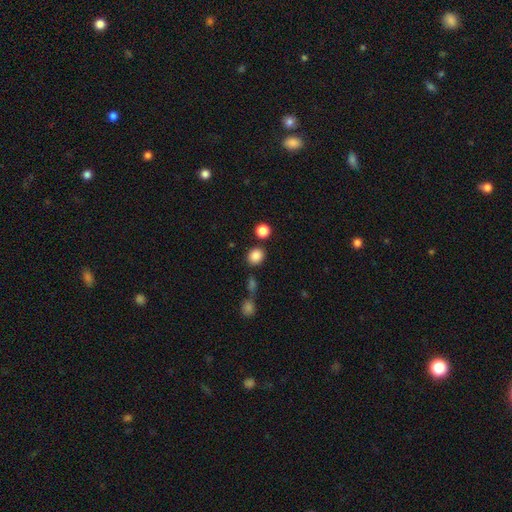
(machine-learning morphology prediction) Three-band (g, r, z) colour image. It shows a smooth galaxy with no disk features (85%) that is round (71%). Merging: none (81%).